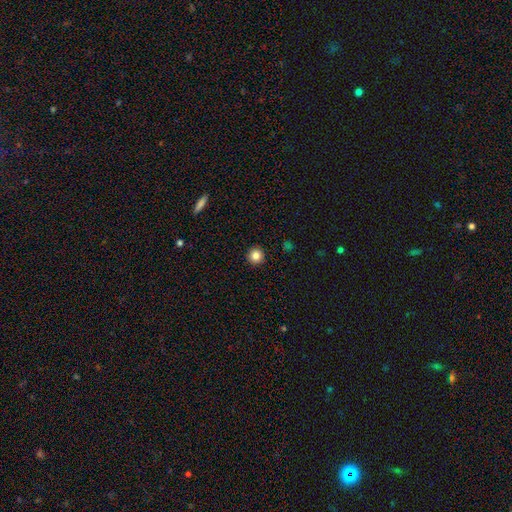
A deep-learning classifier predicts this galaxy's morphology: A smooth galaxy with no disk features (83%) that is round (95%). Merging: none (93%).